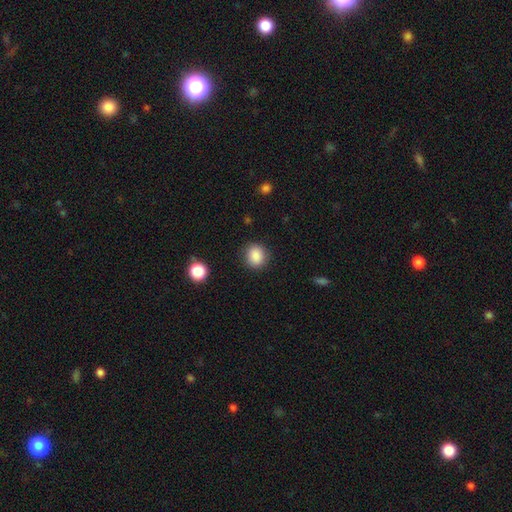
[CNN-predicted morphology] This is clearly a smooth galaxy (87%). How rounded: likely round (78%). Merging: clearly none (88%).